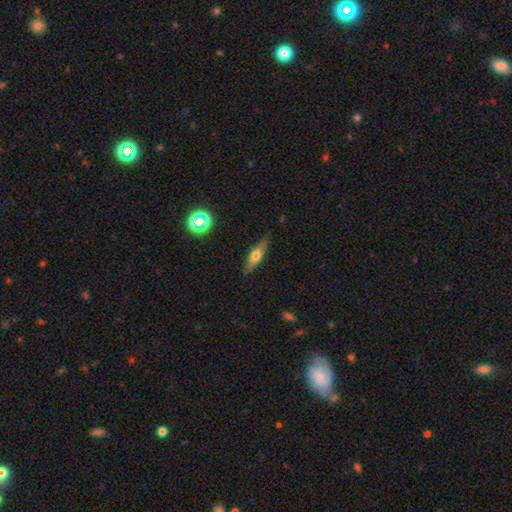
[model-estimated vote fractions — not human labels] This is possibly a featured or disk galaxy (46%, tied with smooth). Merging: clearly none (83%).